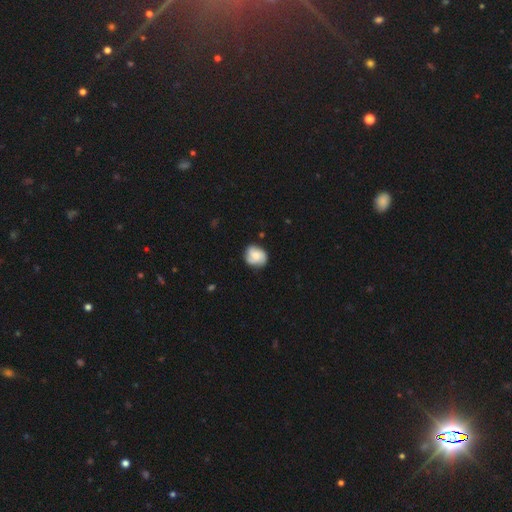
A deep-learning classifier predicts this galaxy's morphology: This appears to be a smooth galaxy with no disk features (56%) that is round (68%). Merging: none (70%).